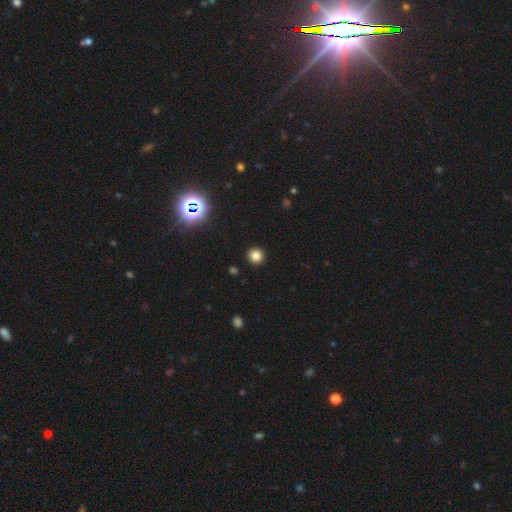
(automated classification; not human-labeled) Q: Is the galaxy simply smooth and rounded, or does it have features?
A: smooth — 81%.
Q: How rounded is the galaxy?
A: round — 94%.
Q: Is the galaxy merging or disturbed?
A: none — 93%.